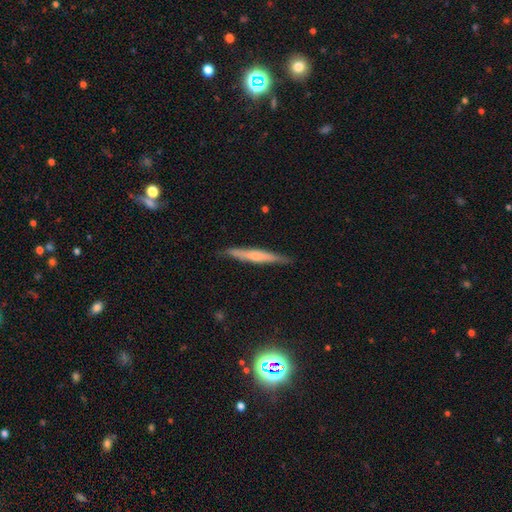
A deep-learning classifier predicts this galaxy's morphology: A featured or disk galaxy (47%). Merging: none (87%).